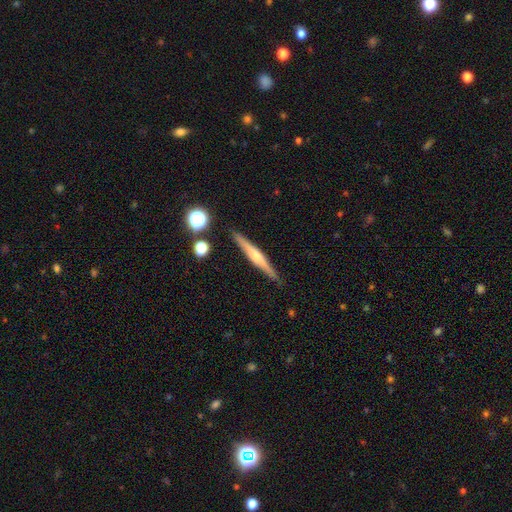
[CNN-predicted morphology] This appears to be a featured or disk galaxy (66%) viewed edge-on (97%) with a rounded central bulge (81%). Merging: none (90%).